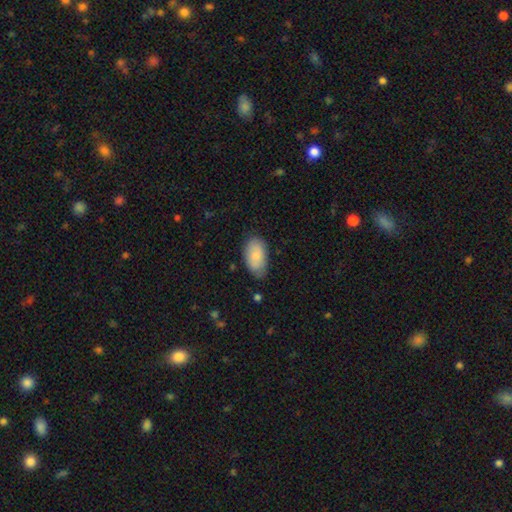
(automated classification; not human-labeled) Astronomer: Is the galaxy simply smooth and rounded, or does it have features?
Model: smooth — 78%.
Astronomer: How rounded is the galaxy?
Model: in between — 95%.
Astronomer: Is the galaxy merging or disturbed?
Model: none — 72%.